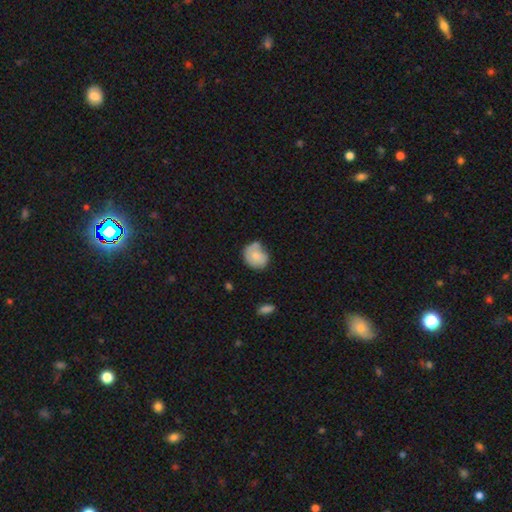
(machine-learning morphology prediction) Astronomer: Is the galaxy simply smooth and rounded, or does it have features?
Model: smooth — 71%.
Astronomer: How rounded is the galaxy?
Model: round — 67%.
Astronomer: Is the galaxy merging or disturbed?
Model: none — 51% (runner-up: minor disturbance, 32%).